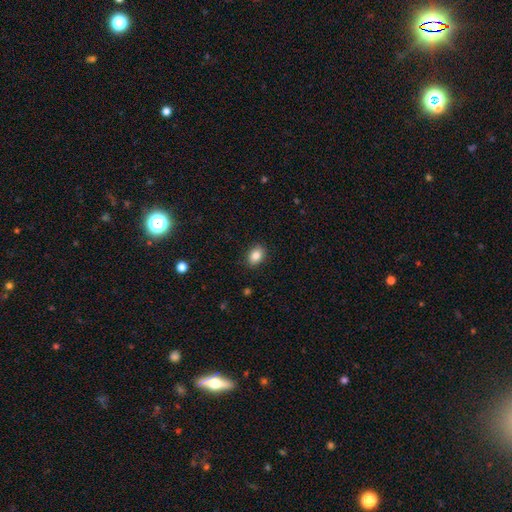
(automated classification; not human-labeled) Smooth or featured: smooth — 85% (star or artifact — 9%)
How rounded: in between — 75% (round — 24%)
Merging: none — 89% (minor disturbance — 8%)